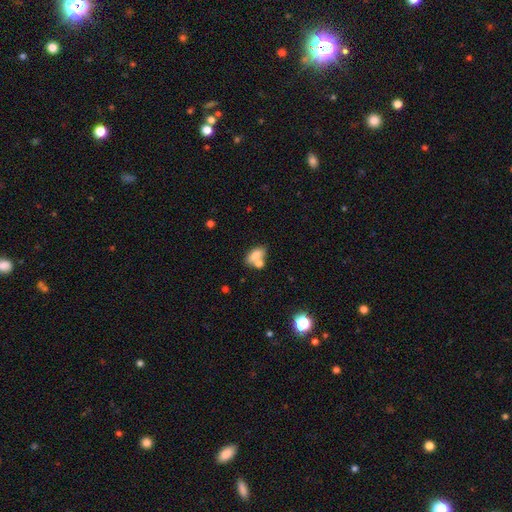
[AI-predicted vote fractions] A smooth galaxy with no disk features (74%) that is in between round and cigar-shaped (83%). Merging: none (47%).